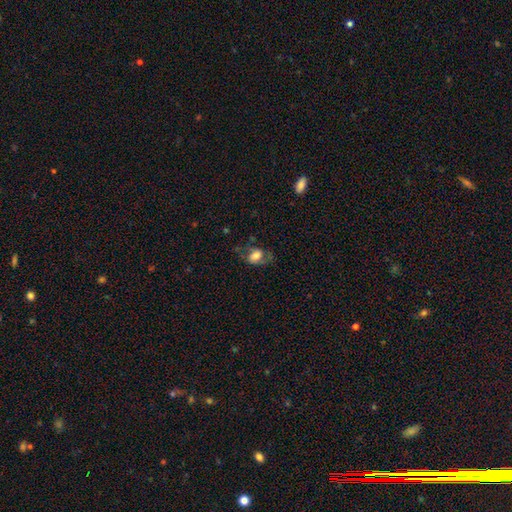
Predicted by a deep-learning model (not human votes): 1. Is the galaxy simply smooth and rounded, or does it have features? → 58% smooth, 33% featured or disk, 9% star or artifact.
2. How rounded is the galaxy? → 75% in between, 23% round, 2% cigar-shaped.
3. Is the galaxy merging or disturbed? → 53% none, 23% minor disturbance, 21% major disturbance, 2% merger.